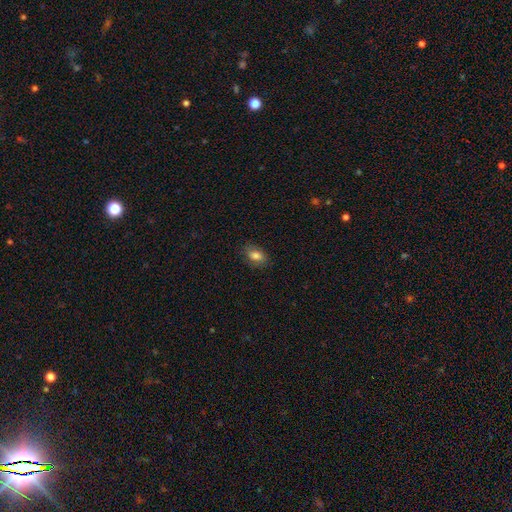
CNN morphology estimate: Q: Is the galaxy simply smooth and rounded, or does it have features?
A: smooth — 81%.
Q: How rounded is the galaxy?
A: in between — 86%.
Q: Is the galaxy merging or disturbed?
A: none — 82%.